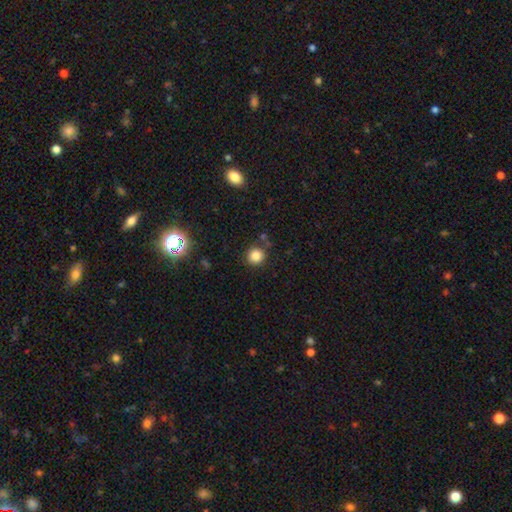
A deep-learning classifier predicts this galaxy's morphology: smooth-or-featured: smooth: 83% | star or artifact: 13% | featured or disk: 5%
  how-rounded: round: 92% | in between: 8% | cigar-shaped: 1%
  merging: none: 81% | minor disturbance: 10% | merger: 5% | major disturbance: 3%